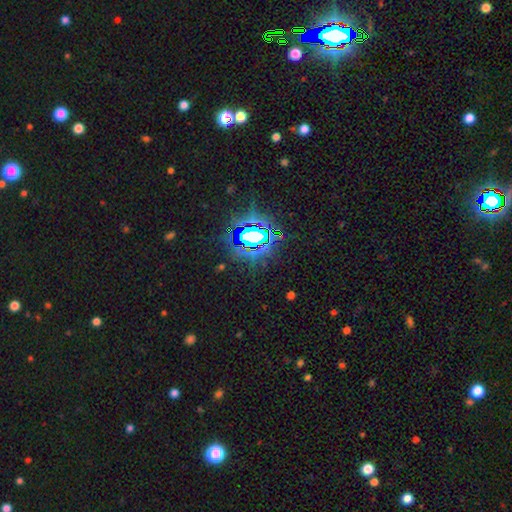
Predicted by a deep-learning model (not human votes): Overall: star or artifact (83%).